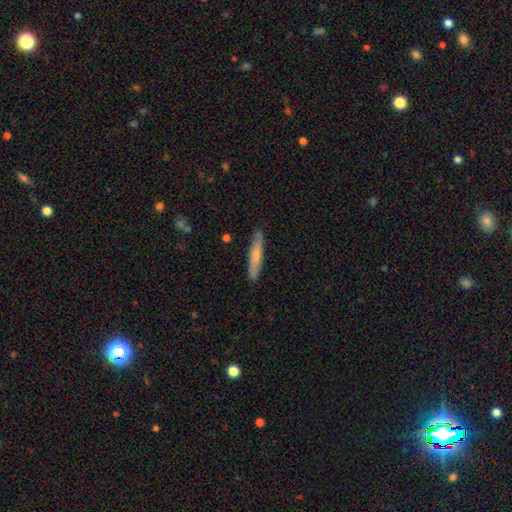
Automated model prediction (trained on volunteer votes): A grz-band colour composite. It shows a smooth galaxy with no disk features (67%) that is cigar-shaped (90%). Merging: none (86%).